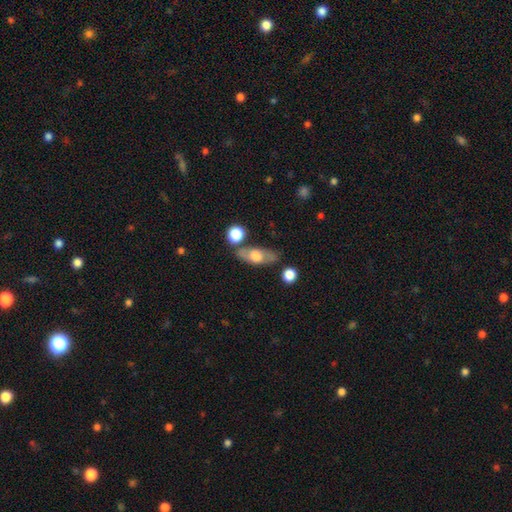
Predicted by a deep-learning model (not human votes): A smooth galaxy with no disk features (55%) that is in between round and cigar-shaped (72%).

Vote fractions:
- Smooth or featured? smooth: 55% / featured or disk: 38% / star or artifact: 7%
- How rounded? in between: 72% / cigar-shaped: 21% / round: 7%
- Merging? none: 69% / minor disturbance: 16% / merger: 10% / major disturbance: 5%